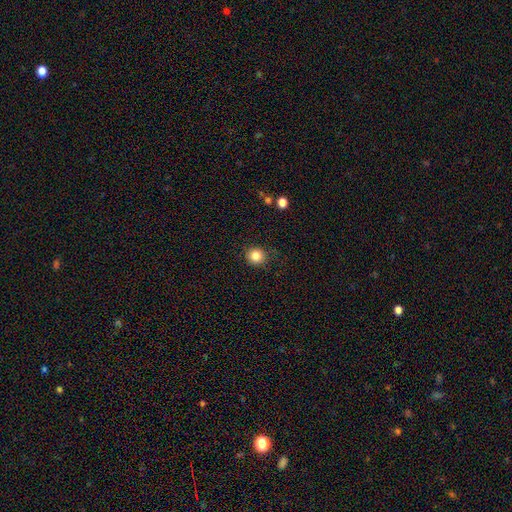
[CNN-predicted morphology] Q: Smooth or featured?
A: smooth (84%); runner-up: star or artifact (11%)
Q: How rounded?
A: round (90%); runner-up: in between (9%)
Q: Merging?
A: none (88%); runner-up: minor disturbance (9%)